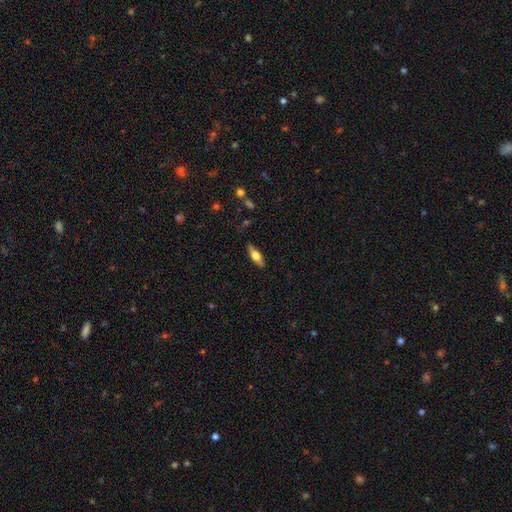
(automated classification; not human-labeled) Smooth or featured? Predicted: smooth (p=0.53). How rounded? Predicted: in between (p=0.60). Merging? Predicted: none (p=0.87).